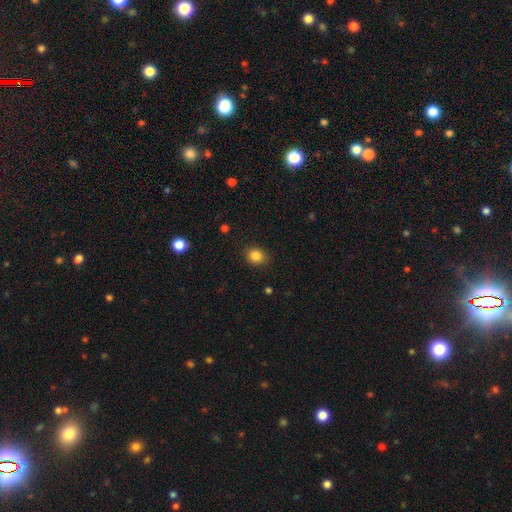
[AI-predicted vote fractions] Overall: smooth (85%). How rounded: round (72%). Merging: none (88%).